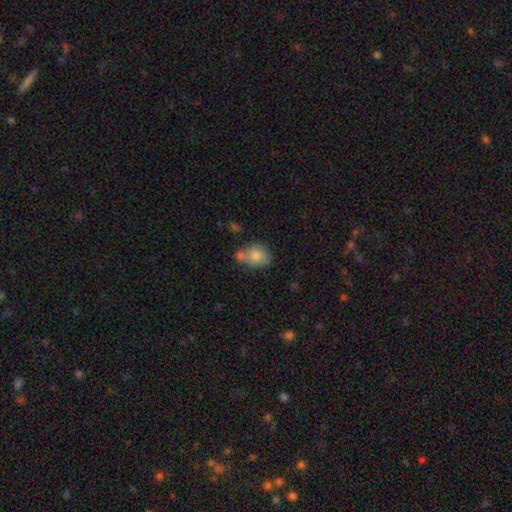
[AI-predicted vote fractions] Smooth or featured? Predicted: smooth (p=0.79). How rounded? Predicted: round (p=0.51). Merging? Predicted: none (p=0.45).